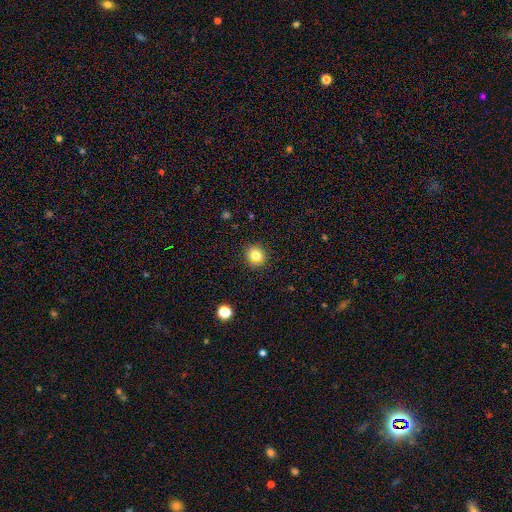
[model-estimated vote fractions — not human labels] Smooth or featured: smooth — 80% (star or artifact — 13%)
How rounded: round — 86% (in between — 13%)
Merging: none — 89% (minor disturbance — 7%)